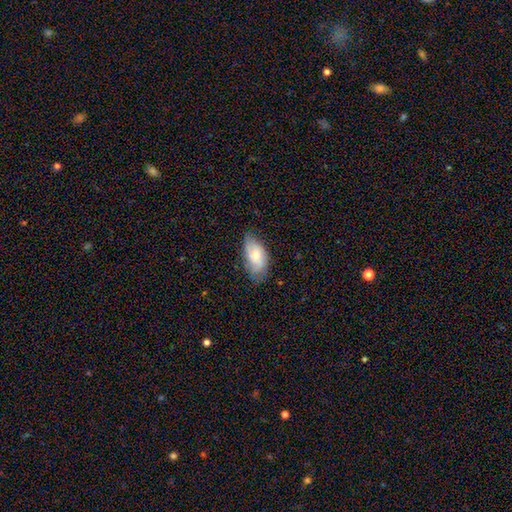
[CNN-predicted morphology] The model was most divided on "smooth or featured": smooth: 57%, featured or disk: 36%, star or artifact: 7%. More confident: how rounded — in between (92%); merging — none (61%).